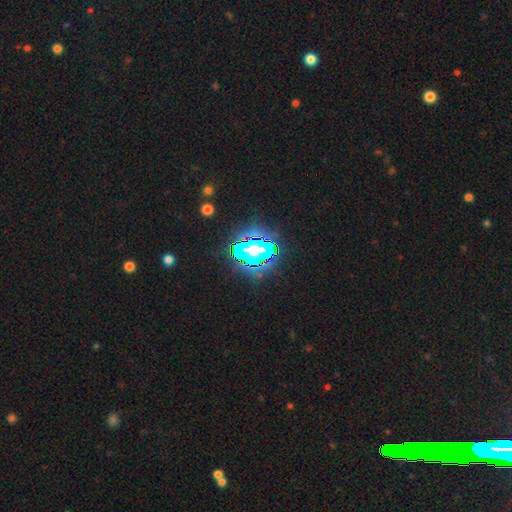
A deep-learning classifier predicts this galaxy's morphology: smooth-or-featured: star or artifact: 76% | smooth: 14% | featured or disk: 10%